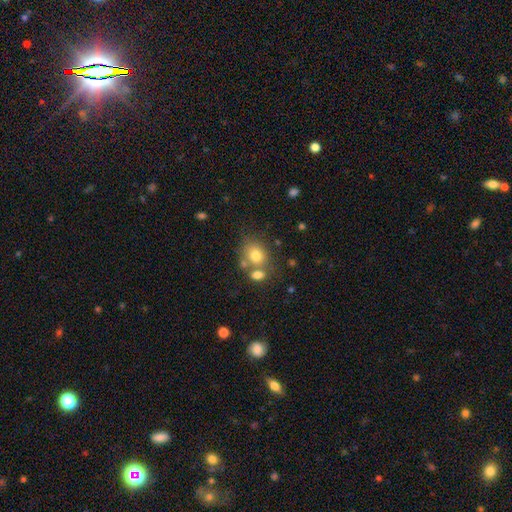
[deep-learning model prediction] Smooth or featured? smooth (76%)
How rounded? round (56%)
Merging? none (52%)